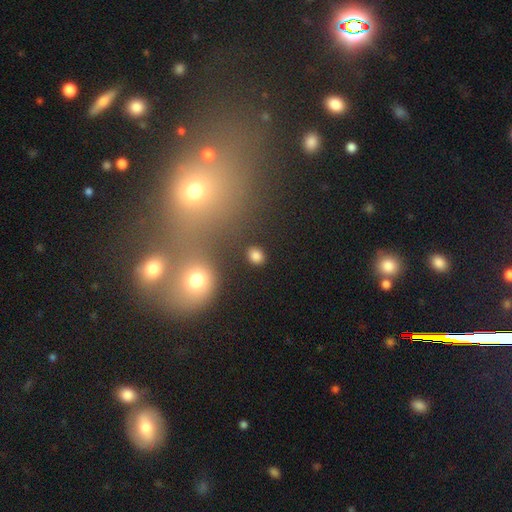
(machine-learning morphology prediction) smooth 82%, star or artifact 12%, featured or disk 5%. Down the decision tree: how rounded — round (57%); merging — none (86%).